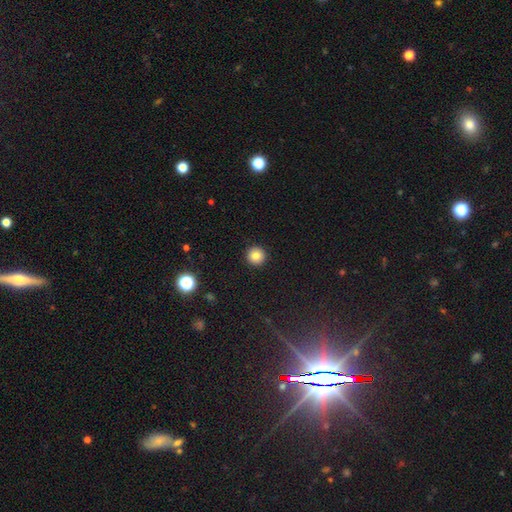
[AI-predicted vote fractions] Smooth or featured? smooth (82%)
How rounded? round (96%)
Merging? none (93%)